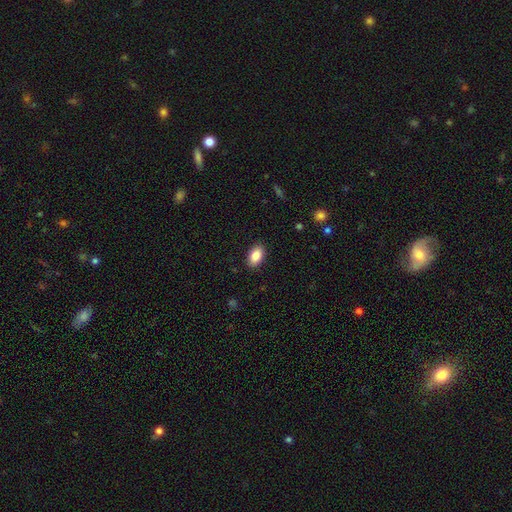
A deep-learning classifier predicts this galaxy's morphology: Overall: smooth (87%). How rounded: in between (93%). Merging: none (90%).